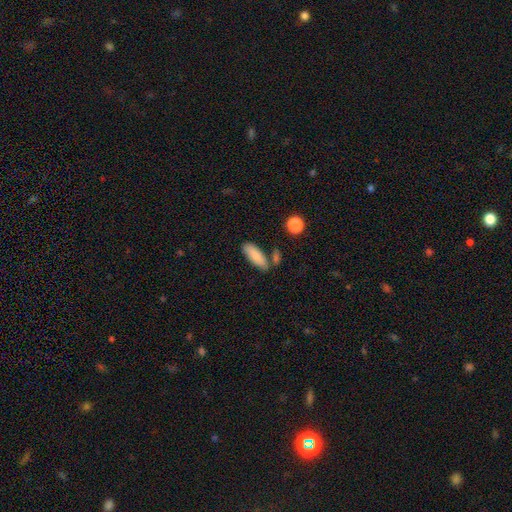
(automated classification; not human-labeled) Smooth or featured: smooth — 84% (featured or disk — 9%)
How rounded: in between — 71% (cigar-shaped — 27%)
Merging: none — 72% (minor disturbance — 15%)